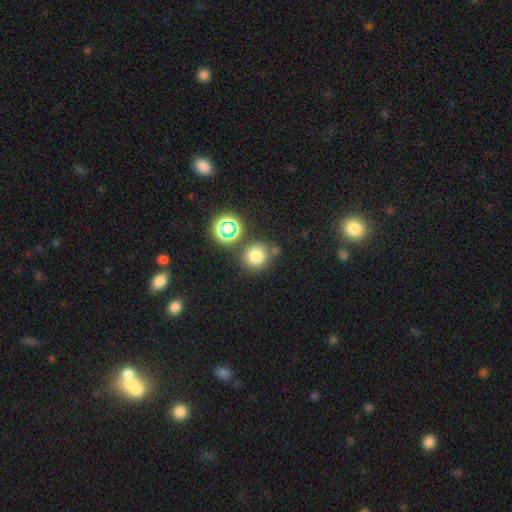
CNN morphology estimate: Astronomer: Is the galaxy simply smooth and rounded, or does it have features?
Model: smooth — 73%.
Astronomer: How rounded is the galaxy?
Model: round — 87%.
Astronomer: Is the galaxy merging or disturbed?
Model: none — 73%.